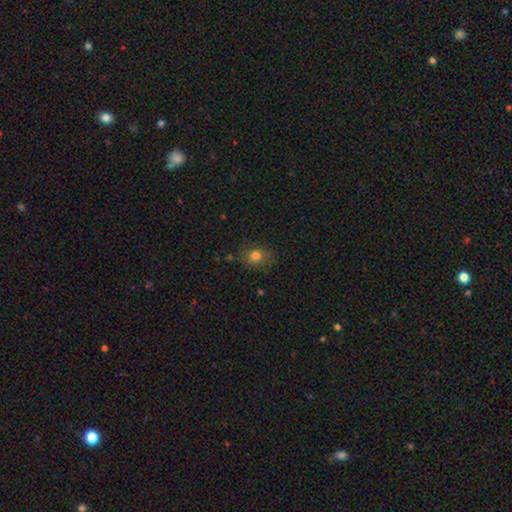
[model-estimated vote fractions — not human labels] This appears to be a smooth galaxy with no disk features (78%) that is round (57%). Merging: none (73%).